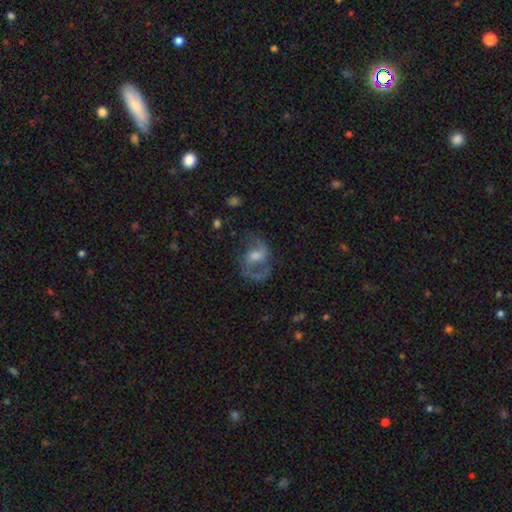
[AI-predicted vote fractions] featured or disk 75%, smooth 16%, star or artifact 9%. Down the decision tree: edge-on disk — no (97%); bar — weak (47%); spiral arms — yes (87%); spiral arm count — 2 (84%); spiral winding — medium (46%); bulge size — moderate (49%); merging — none (61%).